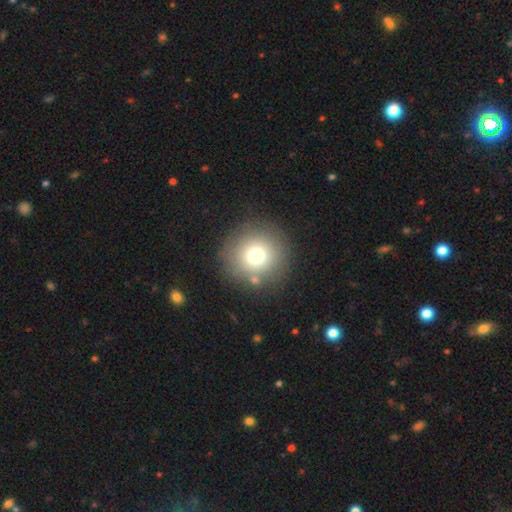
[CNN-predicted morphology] smooth_or_featured: smooth (p=0.74) [alt: star or artifact p=0.14]
how_rounded: round (p=0.94) [alt: in between p=0.05]
merging: none (p=0.84) [alt: minor disturbance p=0.08]